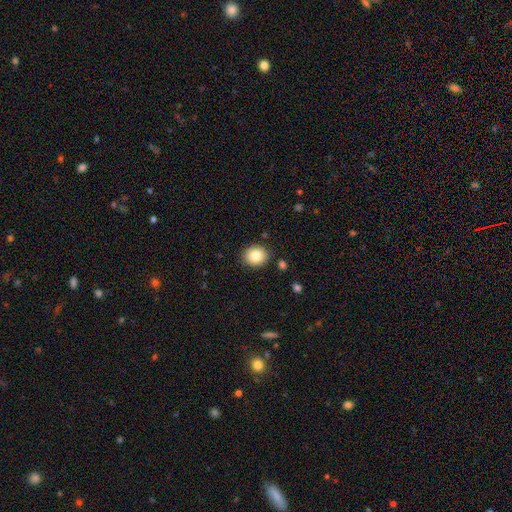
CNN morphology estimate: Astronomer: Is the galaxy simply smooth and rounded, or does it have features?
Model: smooth — 86%.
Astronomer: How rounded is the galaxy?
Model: round — 65%.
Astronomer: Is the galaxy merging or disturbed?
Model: none — 87%.